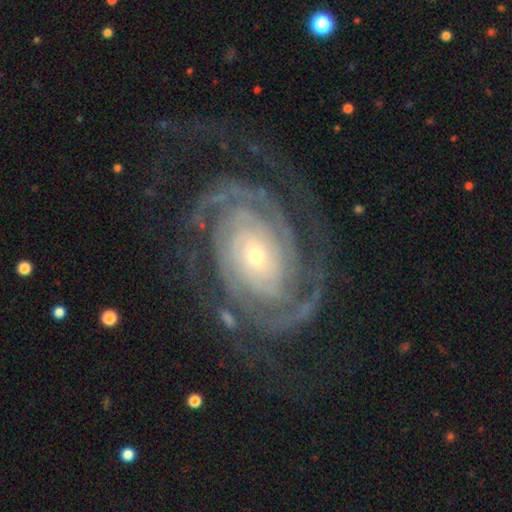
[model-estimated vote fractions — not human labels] Smooth or featured? Predicted: featured or disk (p=0.92). Edge-on disk? Predicted: no (p=0.97). Bar? Predicted: no (p=0.70). Spiral arms? Predicted: yes (p=0.98). Spiral winding? Predicted: tight (p=0.74). Spiral arm count? Predicted: 2 (p=0.58). Bulge size? Predicted: small (p=0.72). Merging? Predicted: none (p=0.71).